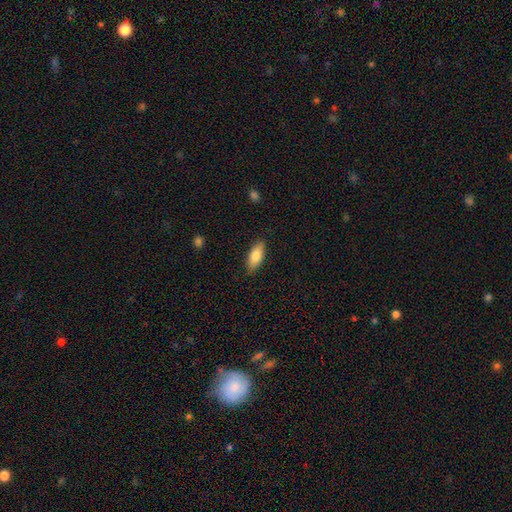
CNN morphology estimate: Q: Smooth or featured?
A: smooth (79%); runner-up: featured or disk (14%)
Q: How rounded?
A: in between (79%); runner-up: cigar-shaped (19%)
Q: Merging?
A: none (86%); runner-up: minor disturbance (11%)